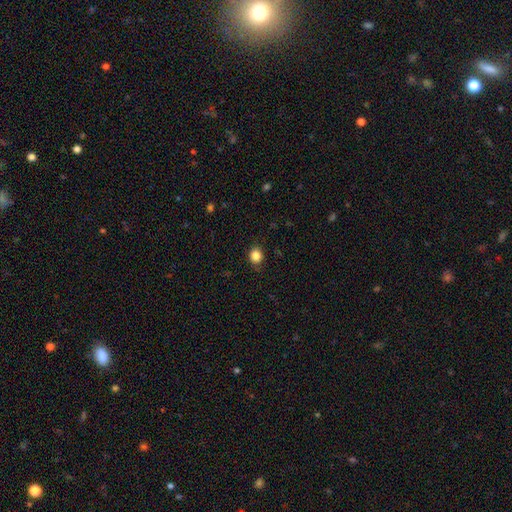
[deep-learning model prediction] Smooth or featured? Predicted: smooth (p=0.85). How rounded? Predicted: round (p=0.65). Merging? Predicted: none (p=0.84).